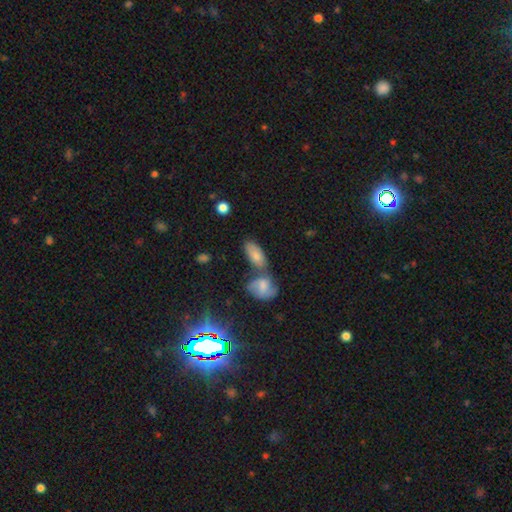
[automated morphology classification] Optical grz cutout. It shows a smooth galaxy with no disk features (51%) that is in between round and cigar-shaped (84%). Merging: none (48%).